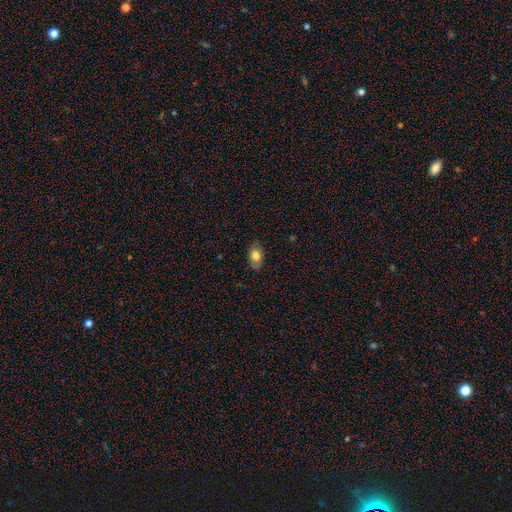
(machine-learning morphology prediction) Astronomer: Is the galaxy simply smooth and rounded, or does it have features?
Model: smooth — 73%.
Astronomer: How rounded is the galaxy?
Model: in between — 88%.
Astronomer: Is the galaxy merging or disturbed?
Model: none — 81%.